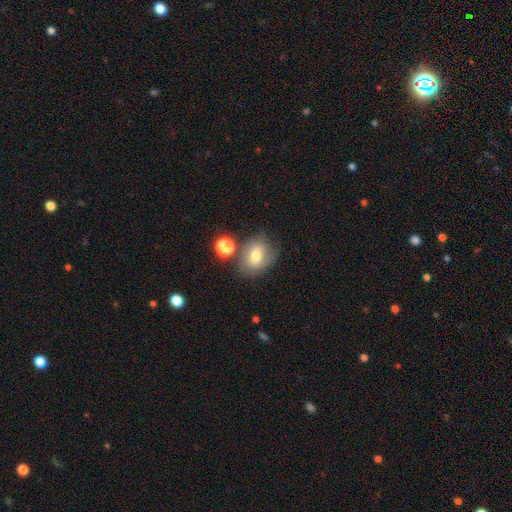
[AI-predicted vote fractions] A smooth galaxy with no disk features (64%) that is in between round and cigar-shaped (52%). Merging: none (62%).